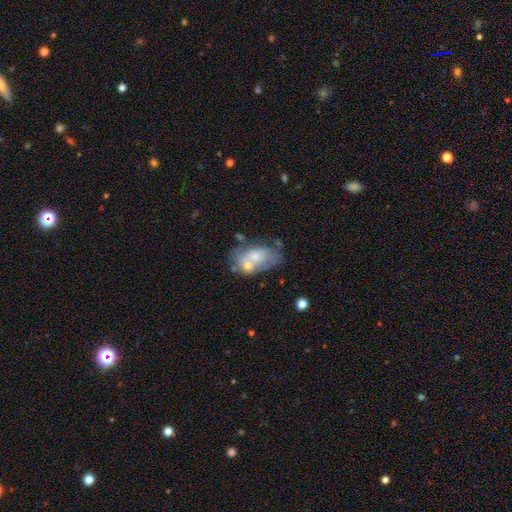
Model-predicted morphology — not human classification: Smooth or featured?
  - smooth: 54% *
  - featured or disk: 39%
  - star or artifact: 7%
How rounded?
  - in between: 88% *
  - round: 10%
  - cigar-shaped: 2%
Merging?
  - merger: 39% *
  - none: 28%
  - minor disturbance: 20%
  - major disturbance: 13%